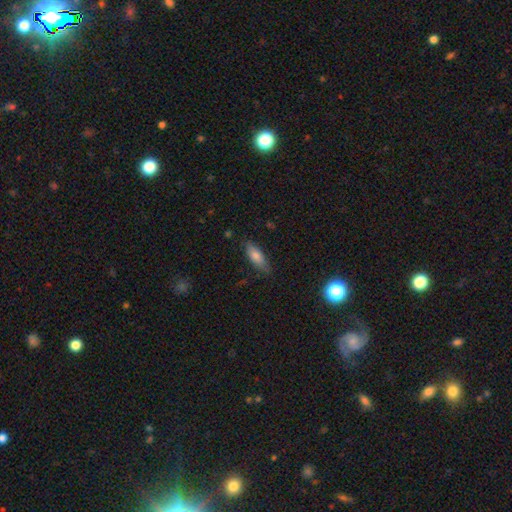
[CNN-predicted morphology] Smooth or featured: smooth — 76% (featured or disk — 17%)
How rounded: in between — 61% (cigar-shaped — 37%)
Merging: none — 81% (minor disturbance — 15%)